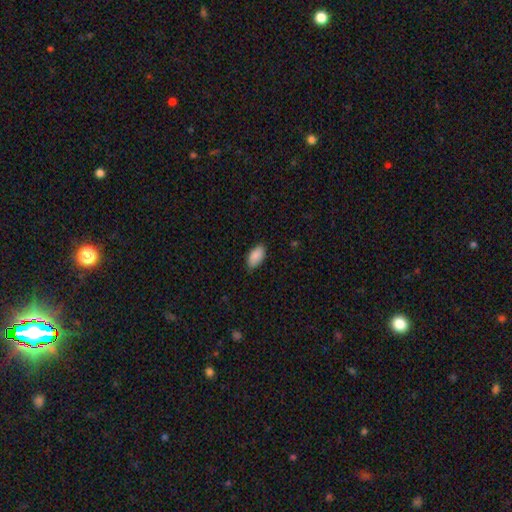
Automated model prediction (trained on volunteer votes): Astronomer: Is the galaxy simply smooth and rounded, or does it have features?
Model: smooth — 88%.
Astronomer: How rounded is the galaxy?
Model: in between — 94%.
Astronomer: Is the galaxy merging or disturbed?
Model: none — 80%.